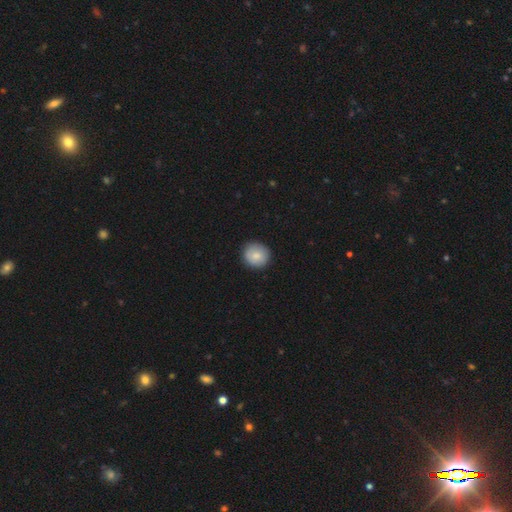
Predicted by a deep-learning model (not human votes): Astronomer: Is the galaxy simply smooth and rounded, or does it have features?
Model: smooth — 82%.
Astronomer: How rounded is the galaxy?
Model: round — 90%.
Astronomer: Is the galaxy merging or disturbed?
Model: none — 89%.